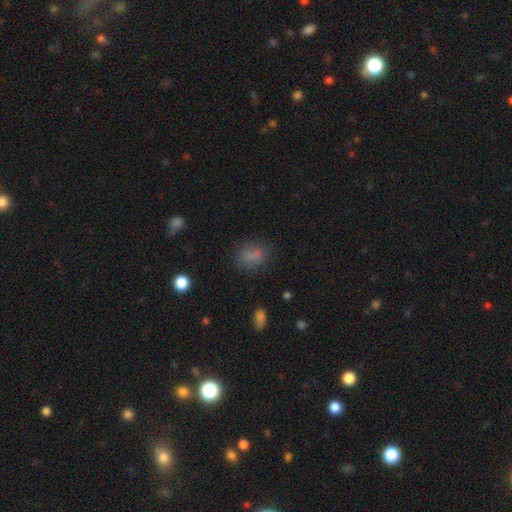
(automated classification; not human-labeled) Smooth or featured? smooth (76%)
How rounded? in between (65%)
Merging? none (76%)